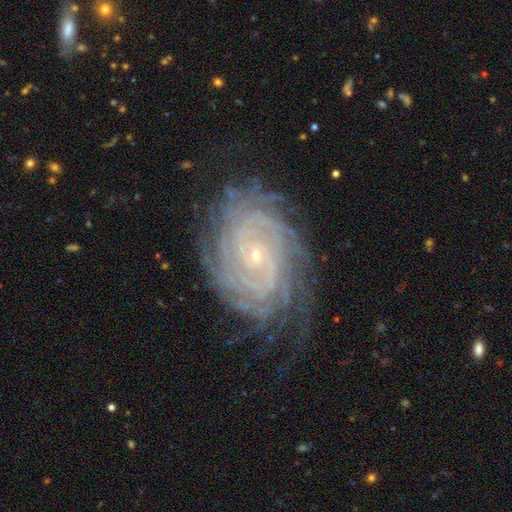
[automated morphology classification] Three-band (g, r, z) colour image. It shows a featured or disk galaxy (89%) with no bar (72%), more than 4 (28%) tight (84%) spiral arms (98%) and a small central bulge (86%). Merging: none (75%).